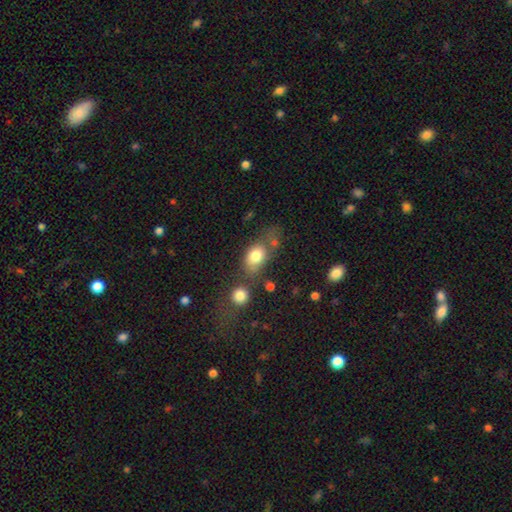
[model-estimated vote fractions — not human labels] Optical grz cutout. It shows a smooth galaxy with no disk features (79%) that is in between round and cigar-shaped (76%). Merging: none (40%).